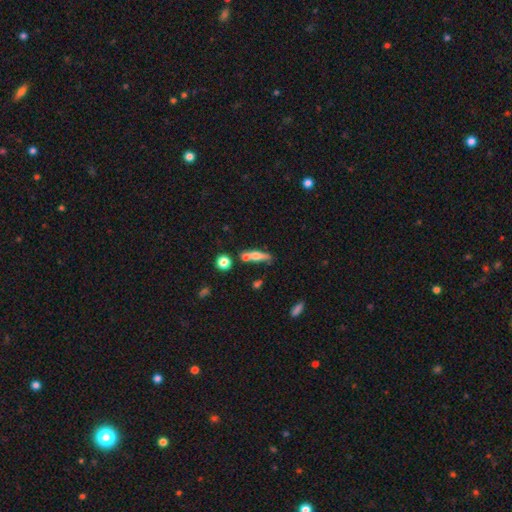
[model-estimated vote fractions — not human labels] This is possibly a smooth galaxy (54%). How rounded: likely cigar-shaped (66%). Merging: possibly none (57%).